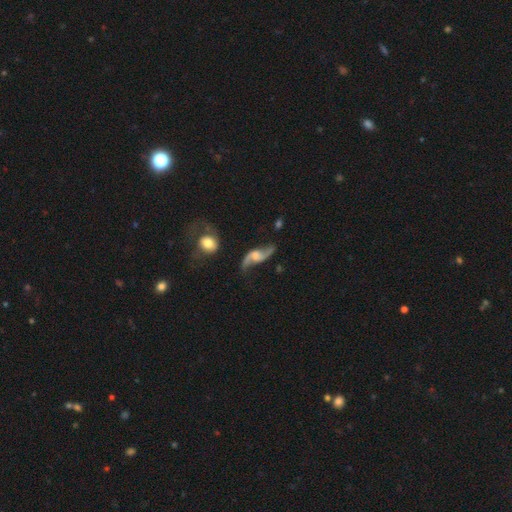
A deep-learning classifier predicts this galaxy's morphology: A featured or disk galaxy (89%) with no bar (56%), 2 (94%) loose (86%) spiral arms (96%) and a moderate central bulge (41%).

Vote fractions:
- Smooth or featured? featured or disk: 89% / smooth: 6% / star or artifact: 5%
- Edge-on disk? no: 95% / yes: 5%
- Bar? no: 56% / weak: 36% / strong: 8%
- Spiral arms? yes: 96% / no: 4%
- Spiral winding? loose: 86% / medium: 11% / tight: 3%
- Spiral arm count? 2: 94% / 1: 2% / can't tell: 2% / 3: 1% / 4: 1% / more than 4: 1%
- Bulge size? moderate: 41% / small: 33% / none: 15% / large: 9% / dominant: 2%
- Merging? none: 72% / minor disturbance: 16% / major disturbance: 9% / merger: 4%